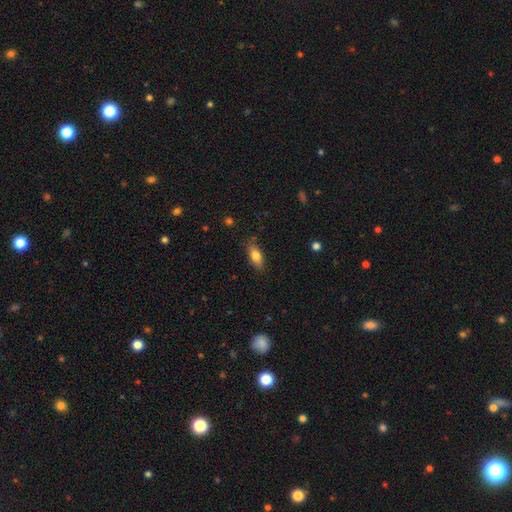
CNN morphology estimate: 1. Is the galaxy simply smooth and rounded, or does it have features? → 78% smooth, 14% featured or disk, 8% star or artifact.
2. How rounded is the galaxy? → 80% in between, 16% cigar-shaped, 4% round.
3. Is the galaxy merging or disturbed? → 81% none, 14% minor disturbance, 3% major disturbance, 2% merger.